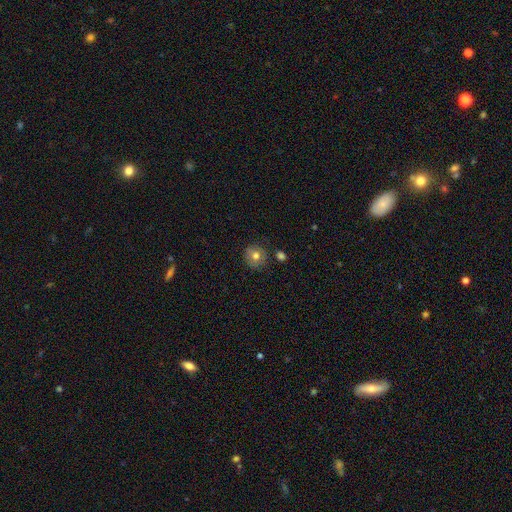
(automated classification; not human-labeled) Q: Smooth or featured?
A: smooth (74%); runner-up: featured or disk (16%)
Q: How rounded?
A: round (89%); runner-up: in between (10%)
Q: Merging?
A: none (81%); runner-up: minor disturbance (12%)